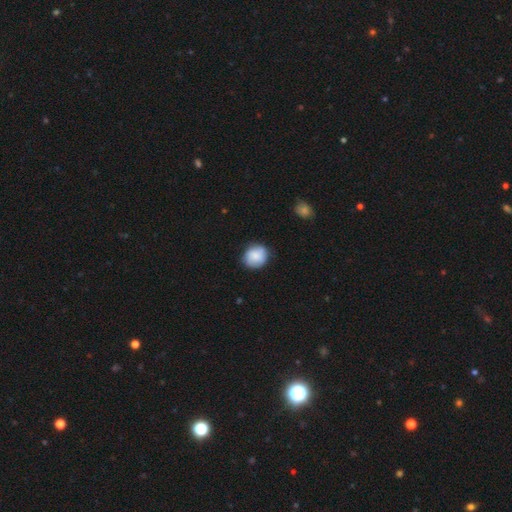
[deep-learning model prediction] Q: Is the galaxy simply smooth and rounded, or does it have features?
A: smooth — 77%.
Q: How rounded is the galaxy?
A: round — 79%.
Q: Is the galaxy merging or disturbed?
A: none — 77%.